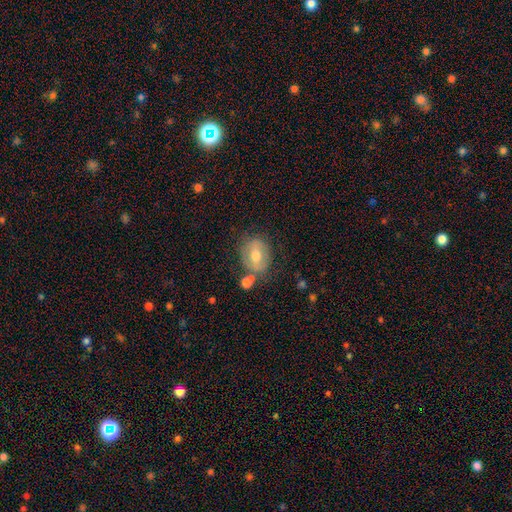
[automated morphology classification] This appears to be a smooth galaxy with no disk features (47%). Merging: none (64%).